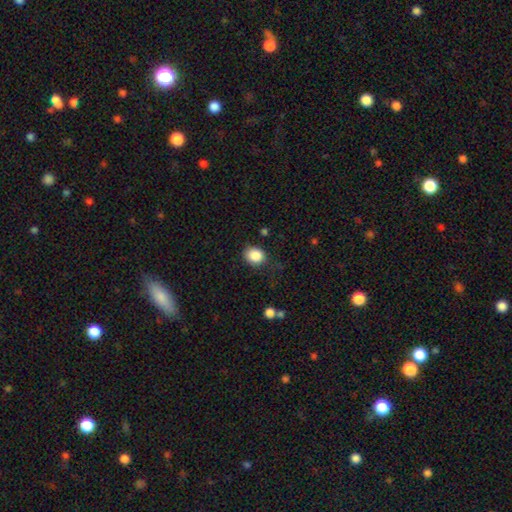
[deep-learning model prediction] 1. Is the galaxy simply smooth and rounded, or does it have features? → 86% smooth, 9% star or artifact, 4% featured or disk.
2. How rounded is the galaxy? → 63% round, 36% in between, 1% cigar-shaped.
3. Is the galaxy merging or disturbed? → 76% none, 18% minor disturbance, 5% major disturbance, 2% merger.